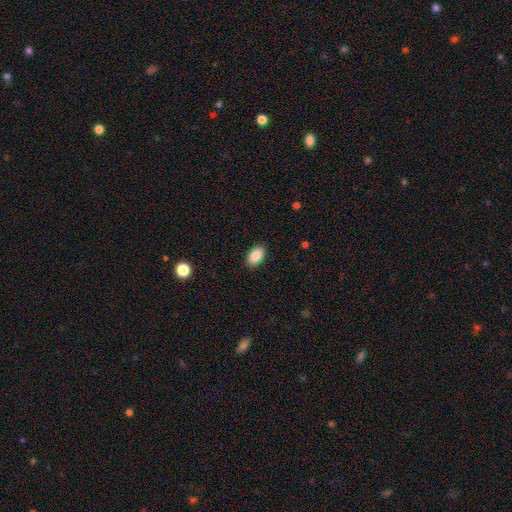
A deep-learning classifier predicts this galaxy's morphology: Smooth or featured? smooth (88%)
How rounded? in between (92%)
Merging? none (89%)